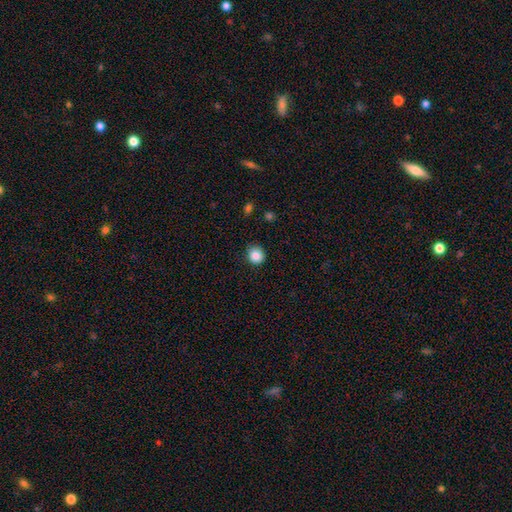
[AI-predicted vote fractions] smooth 86%, star or artifact 10%, featured or disk 4%. Down the decision tree: how rounded — round (91%); merging — none (86%).